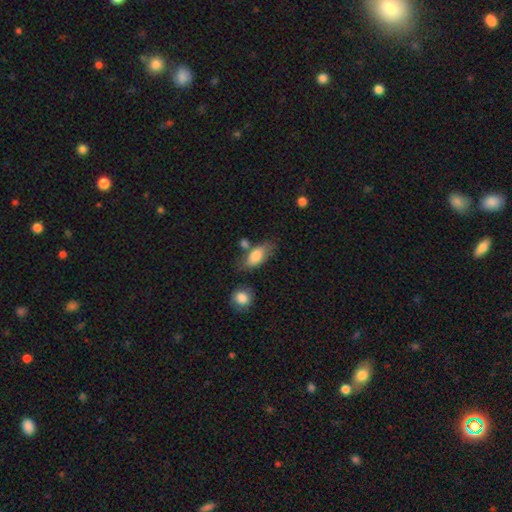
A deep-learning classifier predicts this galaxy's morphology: A smooth galaxy with no disk features (80%) that is in between round and cigar-shaped (85%). Merging: none (60%).